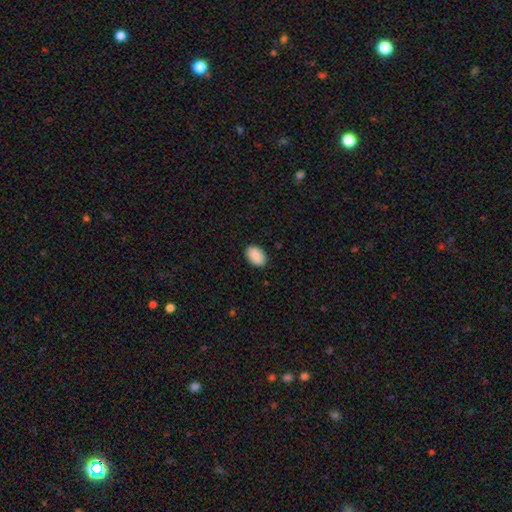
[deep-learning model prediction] Overall: smooth (91%). How rounded: in between (90%). Merging: none (89%).